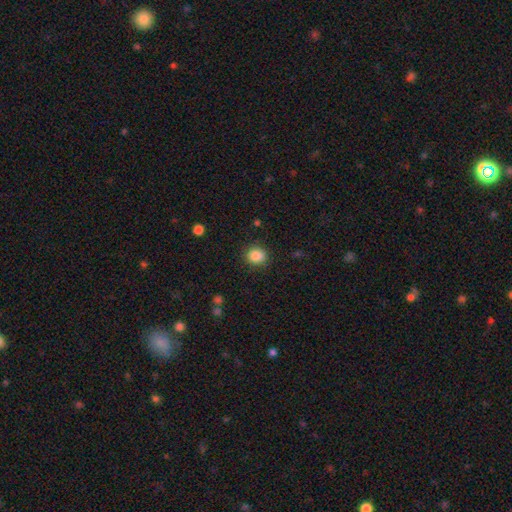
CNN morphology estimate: smooth_or_featured: smooth (p=0.86) [alt: star or artifact p=0.10]
how_rounded: round (p=0.76) [alt: in between p=0.24]
merging: none (p=0.85) [alt: minor disturbance p=0.10]